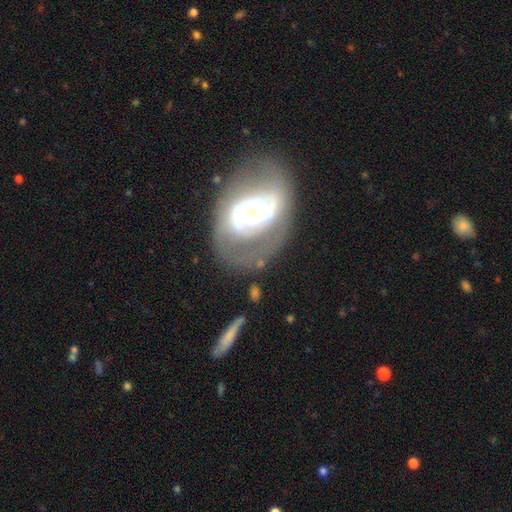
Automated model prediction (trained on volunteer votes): smooth-or-featured: featured or disk: 74% | smooth: 18% | star or artifact: 7%
  disk-edge-on: no: 96% | yes: 4%
    bar: no: 59% | weak: 29% | strong: 12%
    has-spiral-arms: yes: 73% | no: 27%
      spiral-winding: tight: 45% | medium: 36% | loose: 18%
      spiral-arm-count: 2: 56% | can't tell: 27% | 1: 9% | 3: 4% | 4: 2% | more than 4: 2%
    bulge-size: small: 52% | moderate: 32% | large: 10% | none: 3% | dominant: 3%
  merging: none: 55% | minor disturbance: 21% | major disturbance: 19% | merger: 5%